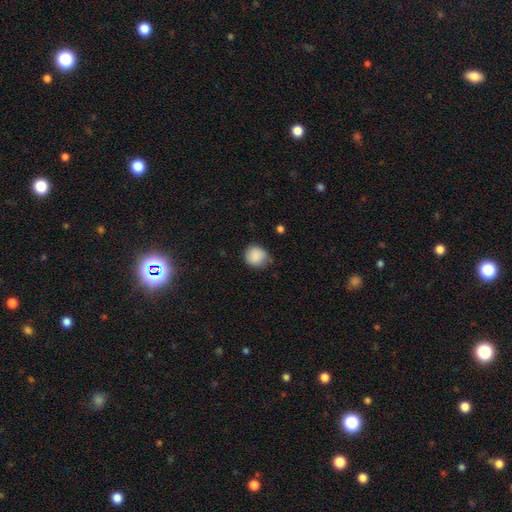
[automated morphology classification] smooth-or-featured: smooth: 87% | star or artifact: 8% | featured or disk: 5%
  how-rounded: round: 86% | in between: 13% | cigar-shaped: 1%
  merging: none: 71% | minor disturbance: 23% | major disturbance: 4% | merger: 2%